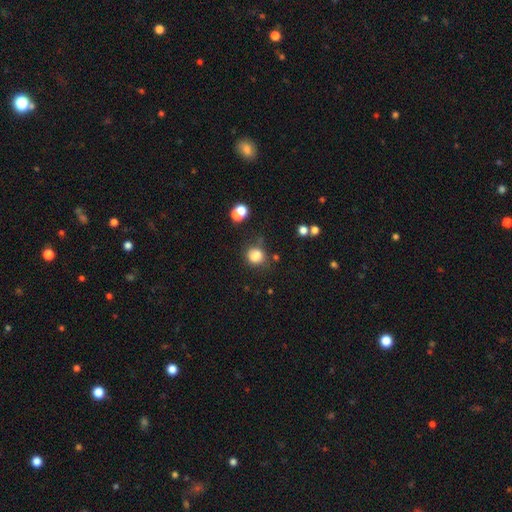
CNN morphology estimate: smooth 78%, star or artifact 13%, featured or disk 9%. Down the decision tree: how rounded — round (68%); merging — none (56%).